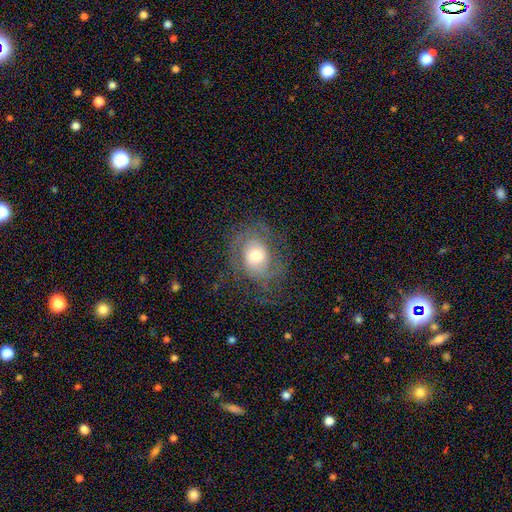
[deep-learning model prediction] smooth-or-featured: featured or disk: 68% | smooth: 24% | star or artifact: 8%
  disk-edge-on: no: 97% | yes: 3%
    bar: no: 72% | weak: 23% | strong: 5%
    has-spiral-arms: yes: 83% | no: 17%
      spiral-winding: tight: 47% | medium: 37% | loose: 16%
      spiral-arm-count: 2: 38% | can't tell: 36% | 3: 11% | 1: 7% | 4: 5% | more than 4: 4%
    bulge-size: moderate: 60% | small: 19% | large: 18% | dominant: 2% | none: 1%
  merging: none: 64% | minor disturbance: 19% | major disturbance: 17% | merger: 1%